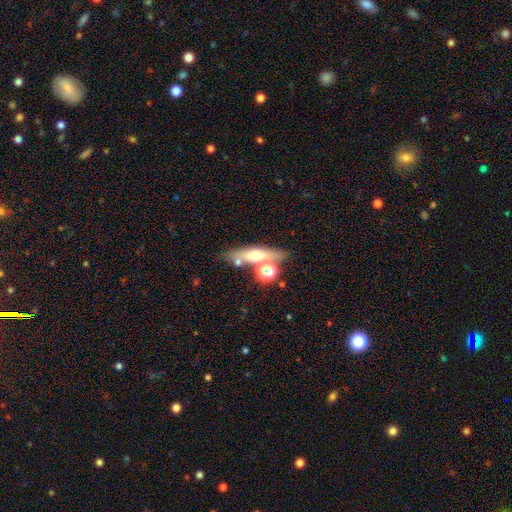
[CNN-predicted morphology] type=smooth (45%); merging=none (60%).